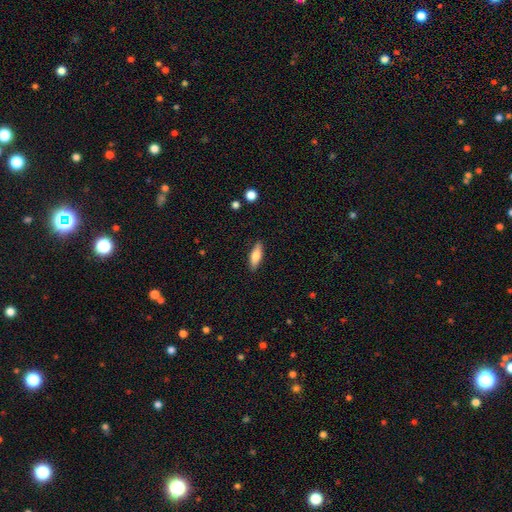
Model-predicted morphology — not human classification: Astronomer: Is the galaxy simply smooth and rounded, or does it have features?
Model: smooth — 76%.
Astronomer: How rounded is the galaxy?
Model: in between — 60% (runner-up: cigar-shaped, 38%).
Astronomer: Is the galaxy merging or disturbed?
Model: none — 87%.